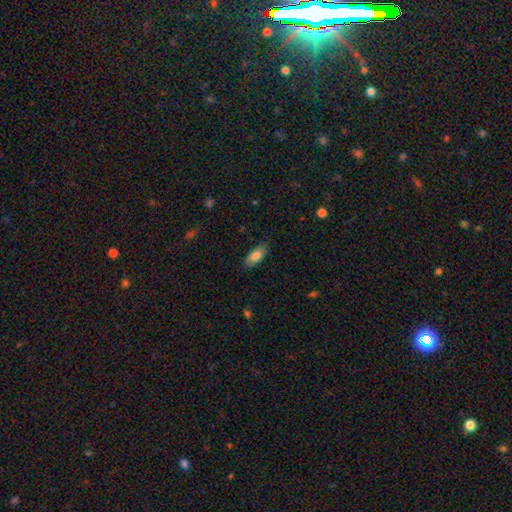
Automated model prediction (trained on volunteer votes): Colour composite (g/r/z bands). It shows a smooth galaxy with no disk features (81%) that is in between round and cigar-shaped (79%). Merging: none (84%).